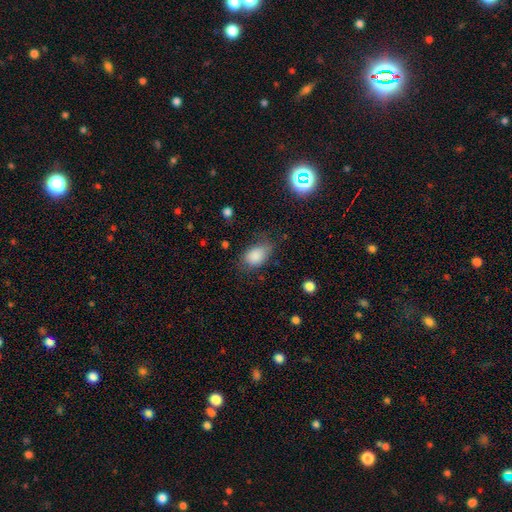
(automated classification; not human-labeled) smooth_or_featured: smooth (p=0.85) [alt: star or artifact p=0.09]
how_rounded: in between (p=0.83) [alt: round p=0.16]
merging: none (p=0.59) [alt: minor disturbance p=0.29]